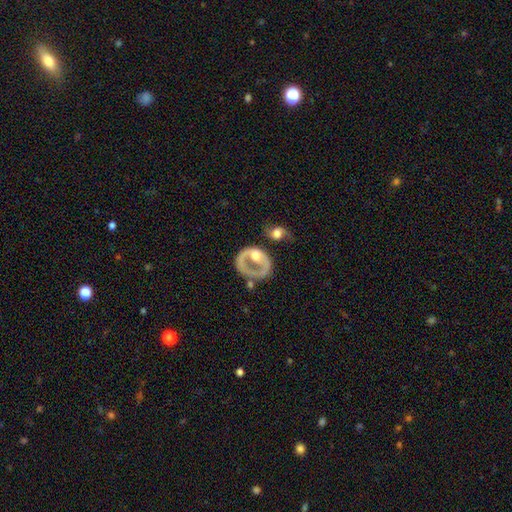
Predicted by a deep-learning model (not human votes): A featured or disk galaxy (58%) with no bar (86%), no spiral arms (80%) and a moderate central bulge (55%).

Vote fractions:
- Smooth or featured? featured or disk: 58% / smooth: 34% / star or artifact: 8%
- Edge-on disk? no: 96% / yes: 4%
- Bar? no: 86% / weak: 10% / strong: 4%
- Spiral arms? no: 80% / yes: 20%
- Bulge size? moderate: 55% / small: 16% / large: 13% / none: 13% / dominant: 3%
- Merging? none: 33% / major disturbance: 30% / merger: 22% / minor disturbance: 15%